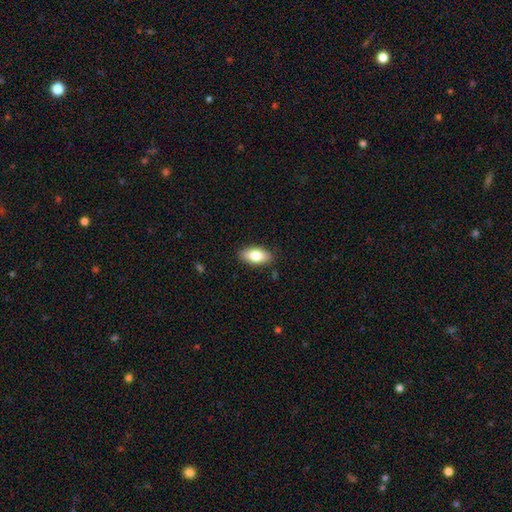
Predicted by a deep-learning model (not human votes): Overall: smooth (80%). How rounded: in between (90%). Merging: none (86%).